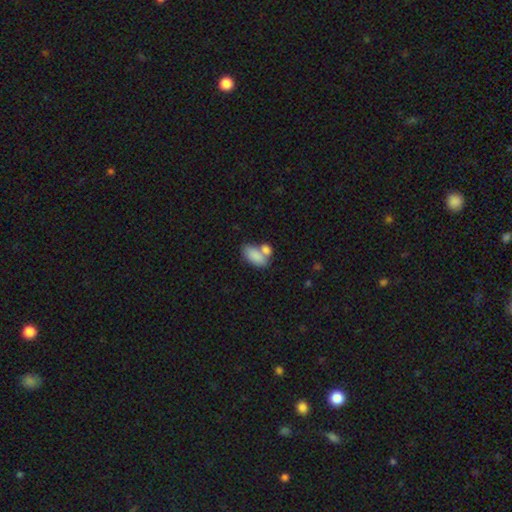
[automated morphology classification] Smooth or featured?
  - smooth: 84% *
  - featured or disk: 10%
  - star or artifact: 7%
How rounded?
  - in between: 92% *
  - round: 4%
  - cigar-shaped: 4%
Merging?
  - merger: 45% *
  - none: 36%
  - minor disturbance: 13%
  - major disturbance: 6%